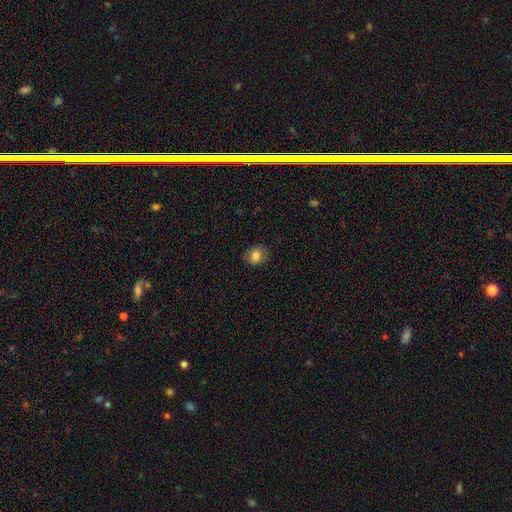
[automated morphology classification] Q: Smooth or featured?
A: smooth (82%); runner-up: star or artifact (10%)
Q: How rounded?
A: round (72%); runner-up: in between (27%)
Q: Merging?
A: none (86%); runner-up: minor disturbance (11%)